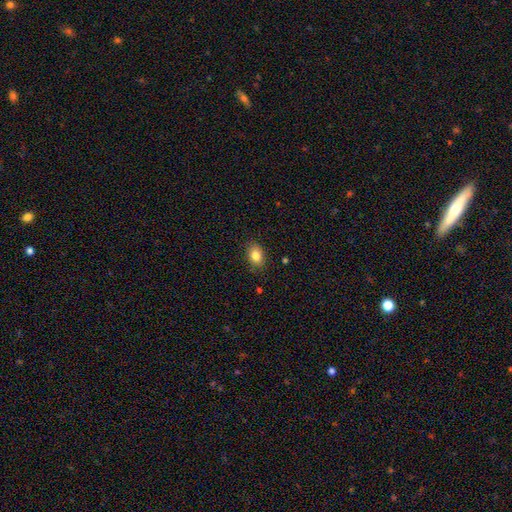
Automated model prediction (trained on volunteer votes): Smooth or featured? smooth (83%)
How rounded? in between (75%)
Merging? none (84%)